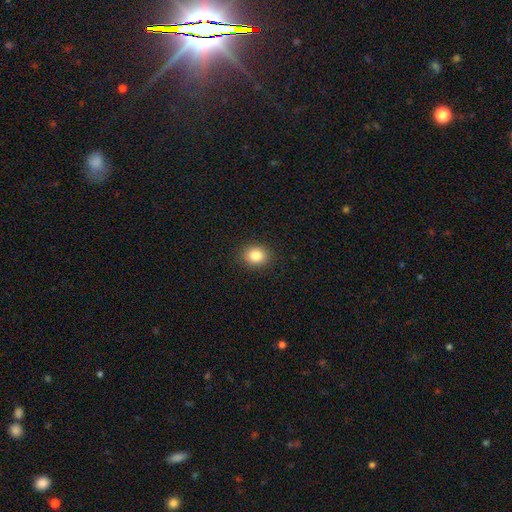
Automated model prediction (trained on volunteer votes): A smooth galaxy with no disk features (84%) that is round (63%).

Vote fractions:
- Smooth or featured? smooth: 84% / star or artifact: 10% / featured or disk: 6%
- How rounded? round: 63% / in between: 36% / cigar-shaped: 1%
- Merging? none: 90% / minor disturbance: 7% / major disturbance: 2% / merger: 1%